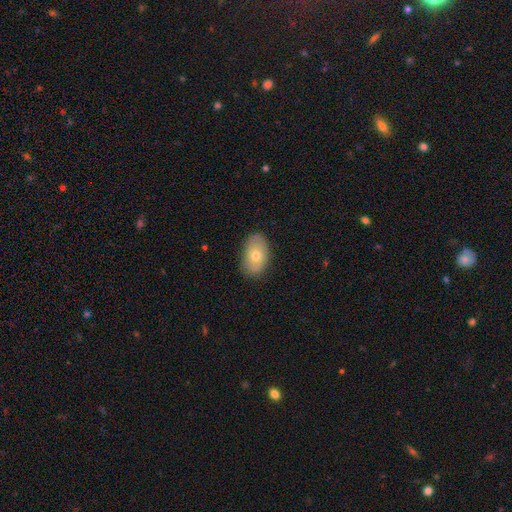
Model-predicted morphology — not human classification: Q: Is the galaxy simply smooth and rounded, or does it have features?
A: smooth — 66%.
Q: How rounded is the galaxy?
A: in between — 89%.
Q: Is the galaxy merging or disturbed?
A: none — 83%.